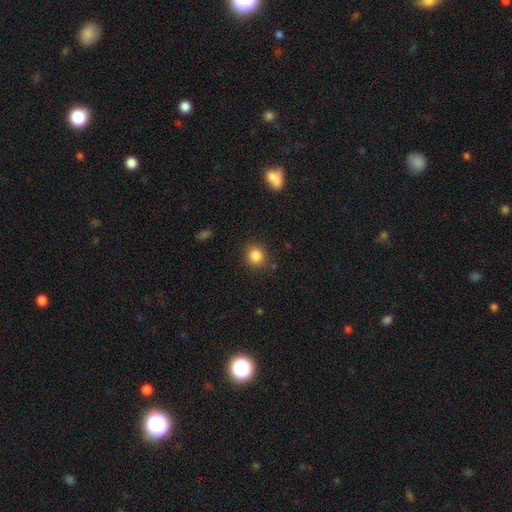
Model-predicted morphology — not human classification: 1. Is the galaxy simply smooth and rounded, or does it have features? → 86% smooth, 10% star or artifact, 4% featured or disk.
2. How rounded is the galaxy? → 82% round, 17% in between, 1% cigar-shaped.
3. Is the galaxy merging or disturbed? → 86% none, 9% minor disturbance, 3% major disturbance, 2% merger.